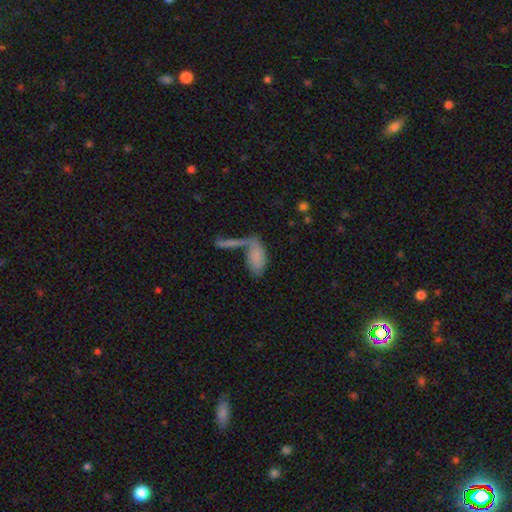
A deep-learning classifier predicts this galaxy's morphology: Smooth or featured? Predicted: smooth (p=0.70). How rounded? Predicted: in between (p=0.81). Merging? Predicted: merger (p=0.51).